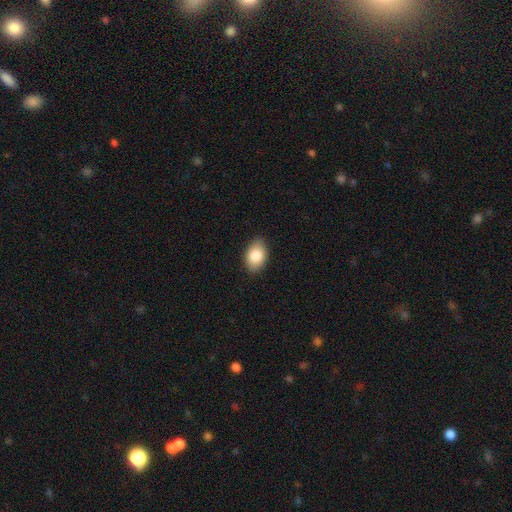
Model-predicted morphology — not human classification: A smooth galaxy with no disk features (85%) that is in between round and cigar-shaped (89%).

Vote fractions:
- Smooth or featured? smooth: 85% / featured or disk: 8% / star or artifact: 7%
- How rounded? in between: 89% / round: 10% / cigar-shaped: 1%
- Merging? none: 86% / minor disturbance: 11% / major disturbance: 2% / merger: 1%